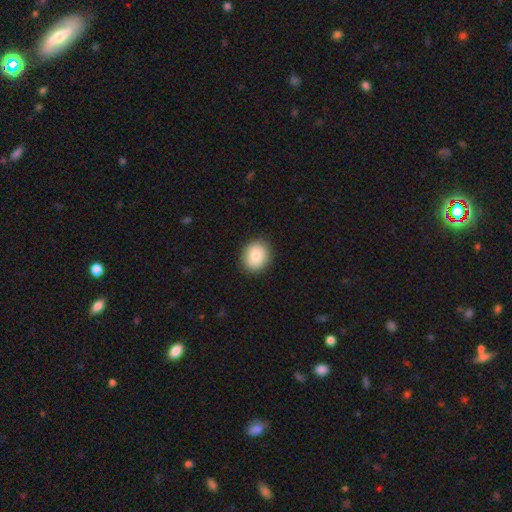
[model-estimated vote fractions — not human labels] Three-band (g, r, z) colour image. It shows a smooth galaxy with no disk features (85%) that is round (71%). Merging: none (89%).